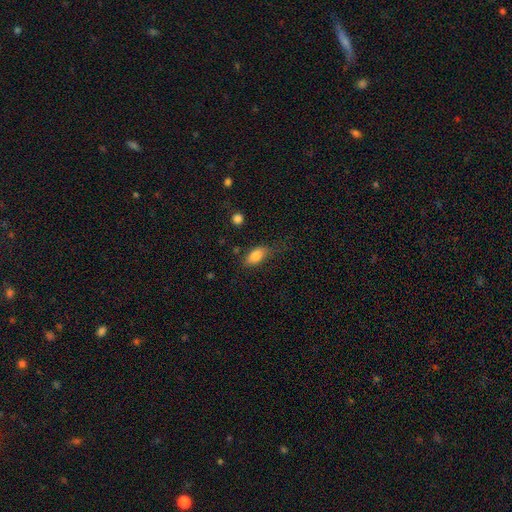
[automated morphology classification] Smooth or featured: smooth — 82% (featured or disk — 10%)
How rounded: in between — 88% (cigar-shaped — 7%)
Merging: none — 61% (minor disturbance — 25%)